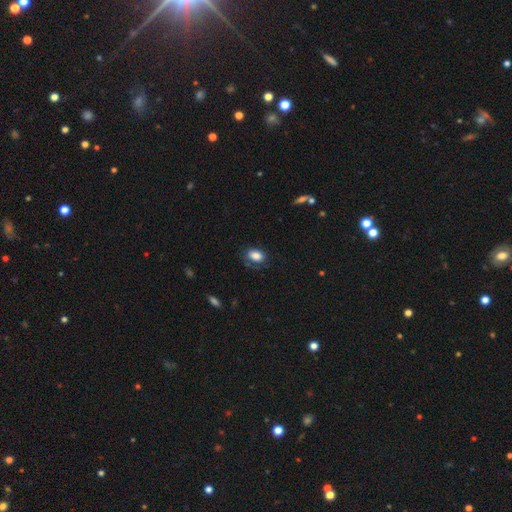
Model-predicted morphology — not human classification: Smooth or featured? smooth (82%)
How rounded? in between (84%)
Merging? none (66%)